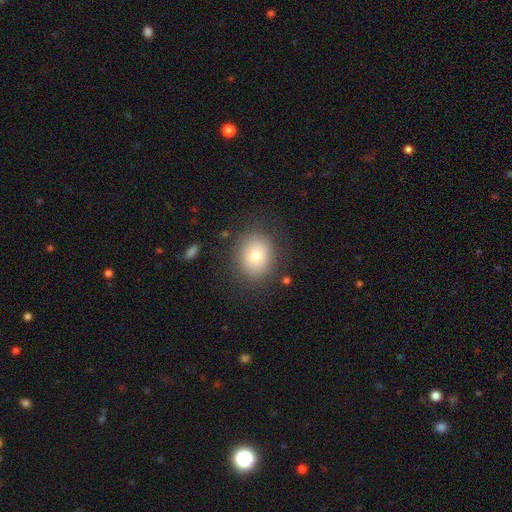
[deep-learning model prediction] Smooth or featured? Predicted: smooth (p=0.77). How rounded? Predicted: round (p=0.56). Merging? Predicted: none (p=0.83).